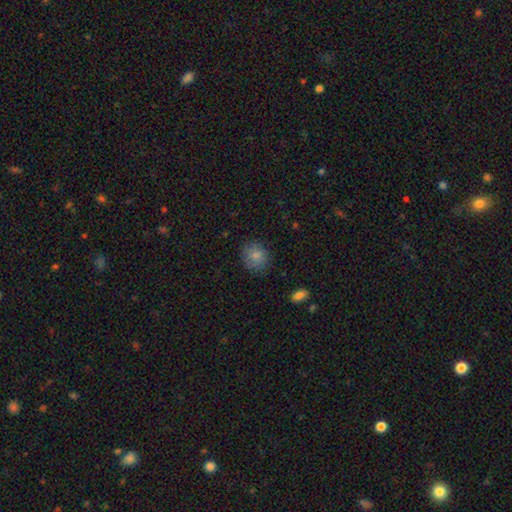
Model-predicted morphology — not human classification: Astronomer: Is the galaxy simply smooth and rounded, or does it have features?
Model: smooth — 83%.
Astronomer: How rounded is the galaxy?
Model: round — 75%.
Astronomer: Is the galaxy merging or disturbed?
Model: none — 79%.